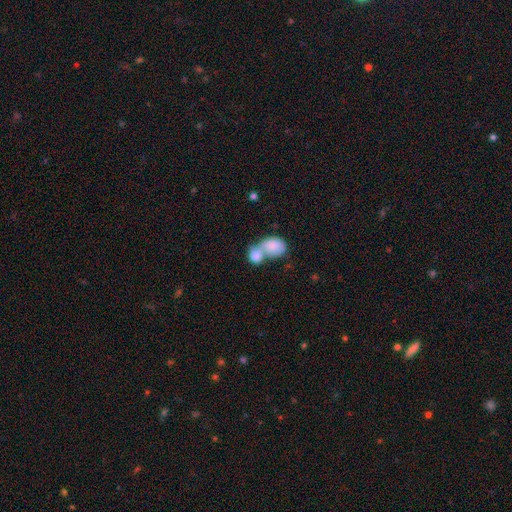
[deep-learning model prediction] This appears to be a smooth galaxy with no disk features (79%) that is in between round and cigar-shaped (63%). Merging: merger (80%).